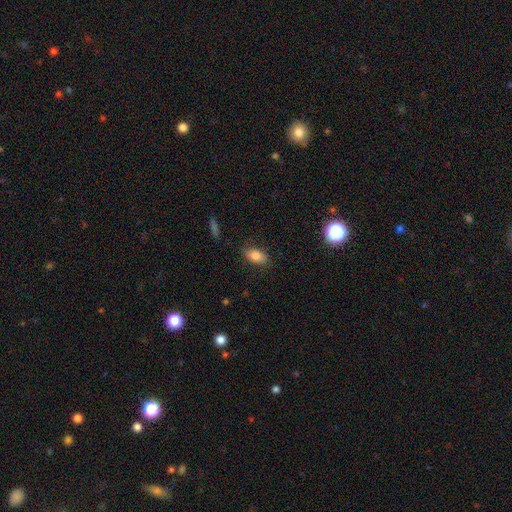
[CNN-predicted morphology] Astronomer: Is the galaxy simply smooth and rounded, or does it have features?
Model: smooth — 84%.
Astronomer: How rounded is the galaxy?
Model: in between — 89%.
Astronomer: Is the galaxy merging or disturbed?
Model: none — 82%.